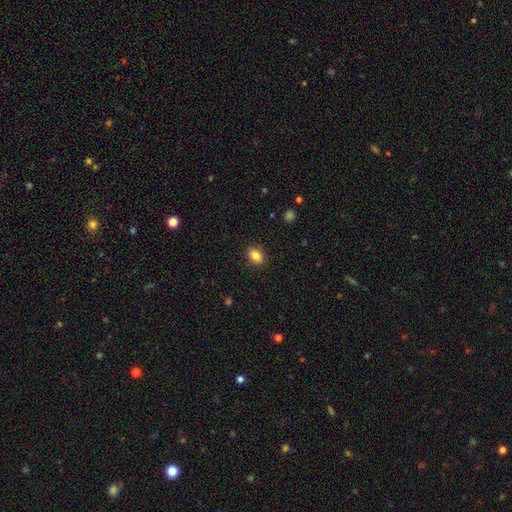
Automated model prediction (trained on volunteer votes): The model was most divided on "how rounded": in between: 77%, round: 22%, cigar-shaped: 2%. More confident: merging — none (89%); smooth or featured — smooth (84%).